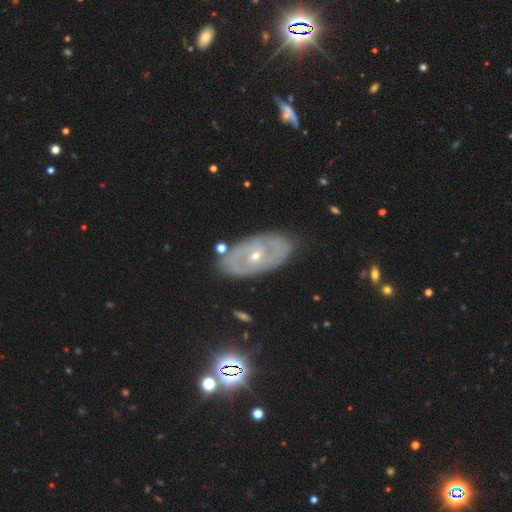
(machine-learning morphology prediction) Smooth or featured? Predicted: featured or disk (p=0.81). Edge-on disk? Predicted: no (p=0.93). Bar? Predicted: no (p=0.53). Spiral arms? Predicted: yes (p=0.80). Spiral winding? Predicted: tight (p=0.58). Spiral arm count? Predicted: 2 (p=0.51). Bulge size? Predicted: small (p=0.63). Merging? Predicted: none (p=0.79).